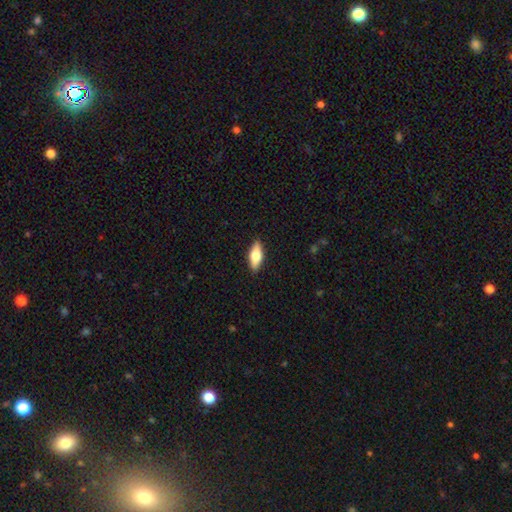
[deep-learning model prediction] A smooth galaxy with no disk features (64%) that is in between round and cigar-shaped (73%).

Vote fractions:
- Smooth or featured? smooth: 64% / featured or disk: 30% / star or artifact: 6%
- How rounded? in between: 73% / cigar-shaped: 24% / round: 3%
- Merging? none: 89% / minor disturbance: 9% / major disturbance: 2% / merger: 1%